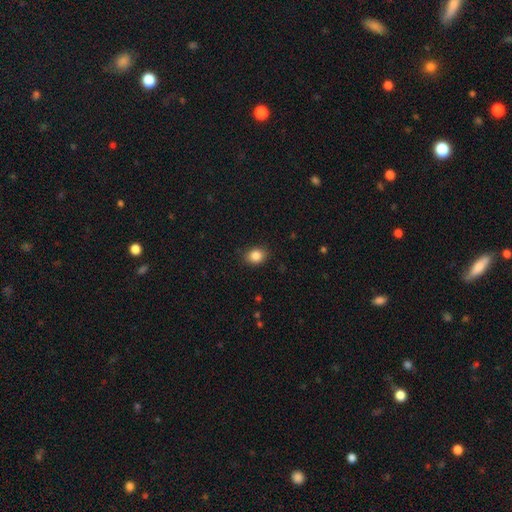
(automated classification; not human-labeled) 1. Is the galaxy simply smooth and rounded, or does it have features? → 86% smooth, 9% star or artifact, 5% featured or disk.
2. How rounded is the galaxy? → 52% round, 47% in between, 1% cigar-shaped.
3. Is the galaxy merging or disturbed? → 87% none, 10% minor disturbance, 2% major disturbance, 1% merger.